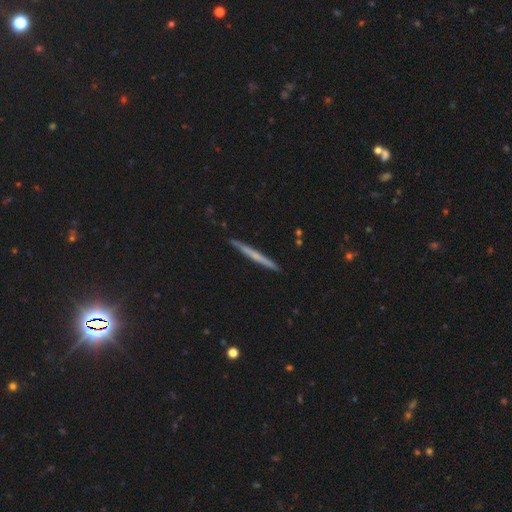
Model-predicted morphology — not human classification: This is possibly a featured or disk galaxy (50%). Merging: clearly none (91%).